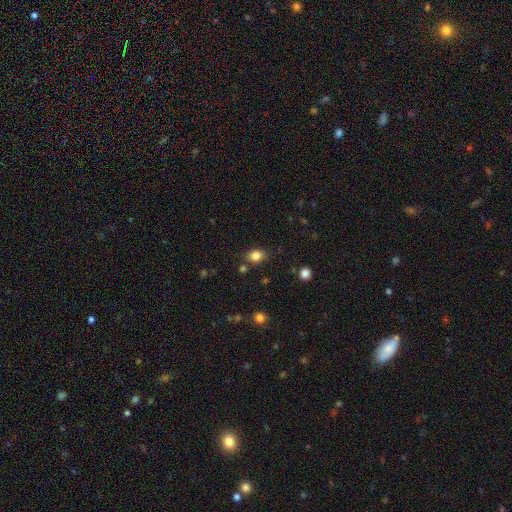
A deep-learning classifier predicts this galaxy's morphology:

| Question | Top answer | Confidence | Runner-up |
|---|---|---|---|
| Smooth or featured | smooth | 83% | star or artifact (12%) |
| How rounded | in between | 56% | round (43%) |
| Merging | none | 79% | minor disturbance (13%) |